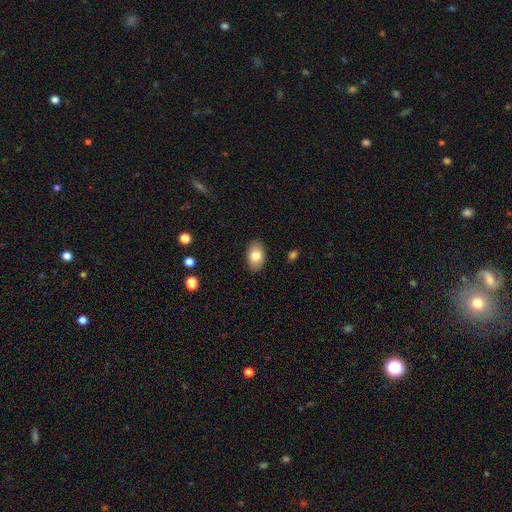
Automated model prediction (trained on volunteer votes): Smooth or featured? Predicted: smooth (p=0.80). How rounded? Predicted: in between (p=0.89). Merging? Predicted: none (p=0.88).